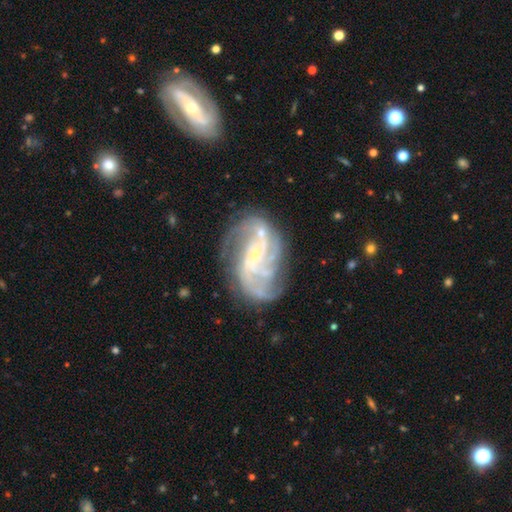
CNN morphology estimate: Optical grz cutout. It shows a featured or disk galaxy (86%) with no bar (51%), 3 (28%) medium (47%) spiral arms (95%) and a small central bulge (78%). Merging: none (61%).